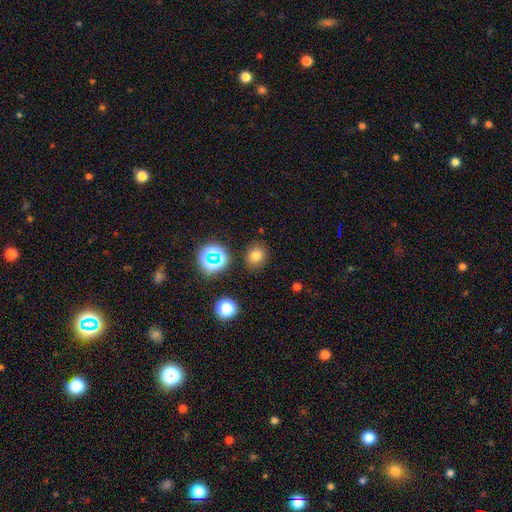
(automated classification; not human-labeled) Morphology: type=smooth (74%); roundness=round (69%); merging=none (83%).